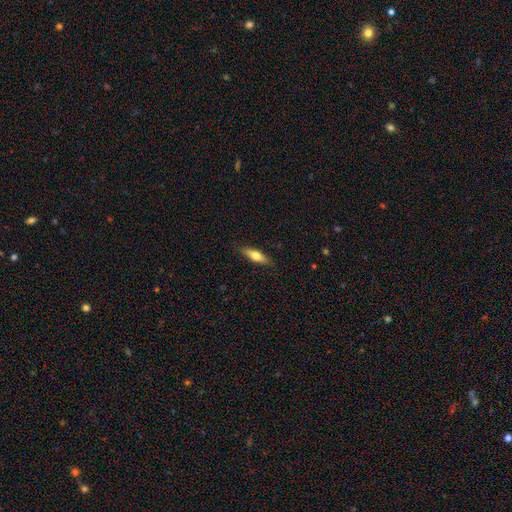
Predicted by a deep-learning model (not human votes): smooth_or_featured: smooth (p=0.61) [alt: featured or disk p=0.33]
how_rounded: cigar-shaped (p=0.54) [alt: in between p=0.44]
merging: none (p=0.86) [alt: minor disturbance p=0.11]